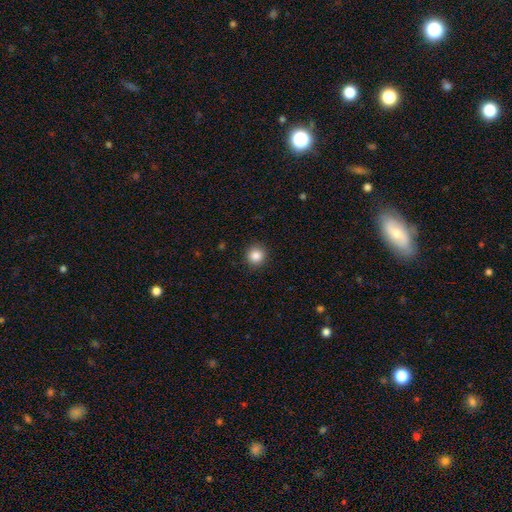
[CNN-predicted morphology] This appears to be a smooth galaxy with no disk features (86%) that is round (94%). Merging: none (92%).